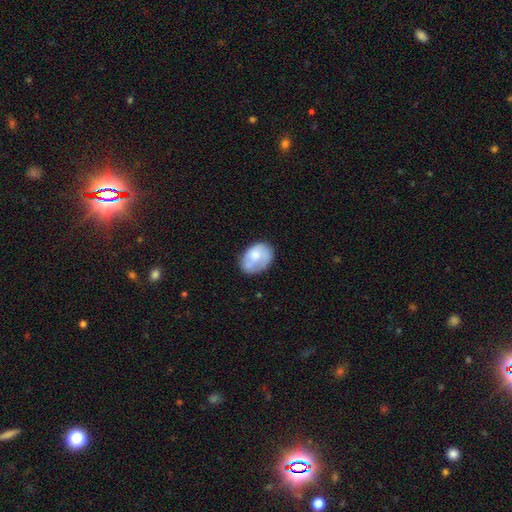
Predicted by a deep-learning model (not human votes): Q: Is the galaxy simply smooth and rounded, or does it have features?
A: smooth — 66%.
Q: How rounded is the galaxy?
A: in between — 76%.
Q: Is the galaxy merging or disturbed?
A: none — 54%.